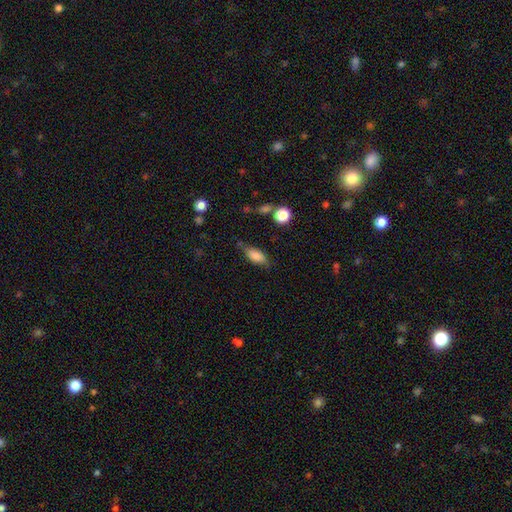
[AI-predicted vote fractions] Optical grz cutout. It shows a smooth galaxy with no disk features (80%) that is in between round and cigar-shaped (83%). Merging: none (66%).